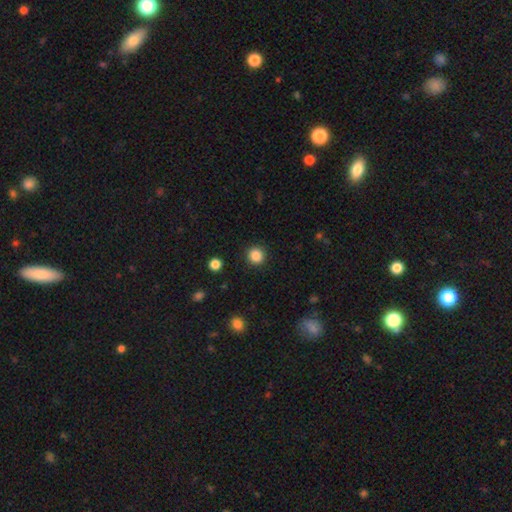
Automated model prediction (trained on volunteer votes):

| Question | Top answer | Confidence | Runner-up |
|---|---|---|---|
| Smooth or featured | smooth | 86% | star or artifact (11%) |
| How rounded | round | 93% | in between (6%) |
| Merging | none | 92% | minor disturbance (5%) |